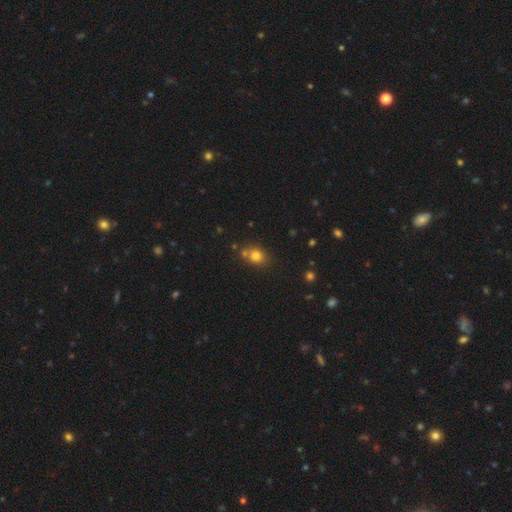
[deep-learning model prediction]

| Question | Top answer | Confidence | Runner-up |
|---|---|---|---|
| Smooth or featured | smooth | 78% | star or artifact (14%) |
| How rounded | round | 68% | in between (30%) |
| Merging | none | 64% | merger (20%) |